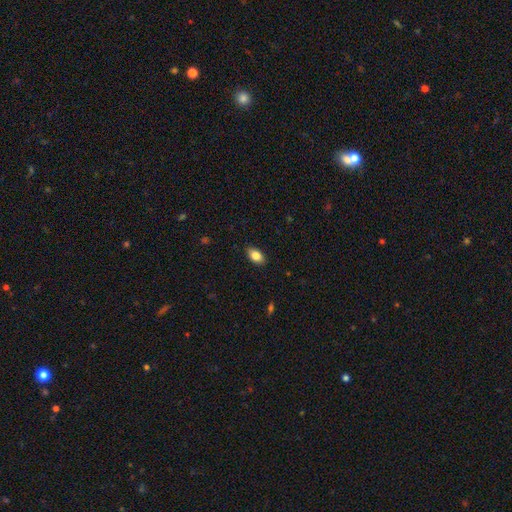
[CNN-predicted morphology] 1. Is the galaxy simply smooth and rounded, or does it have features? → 83% smooth, 9% featured or disk, 8% star or artifact.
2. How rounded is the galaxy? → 90% in between, 7% round, 3% cigar-shaped.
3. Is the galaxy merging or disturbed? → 88% none, 10% minor disturbance, 2% major disturbance, 1% merger.